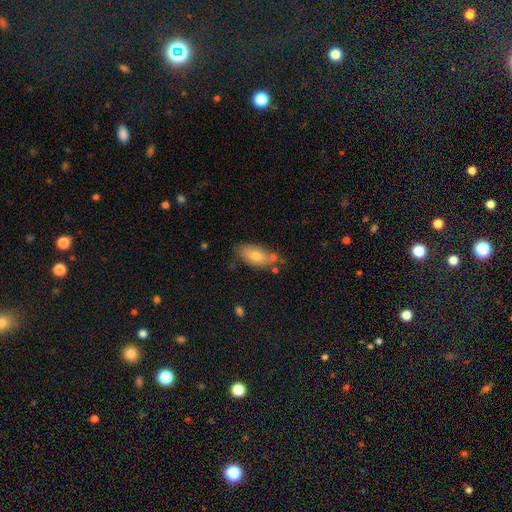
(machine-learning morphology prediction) Smooth or featured?
  - smooth: 73% *
  - featured or disk: 19%
  - star or artifact: 7%
How rounded?
  - in between: 89% *
  - cigar-shaped: 8%
  - round: 3%
Merging?
  - none: 59% *
  - minor disturbance: 24%
  - merger: 12%
  - major disturbance: 6%